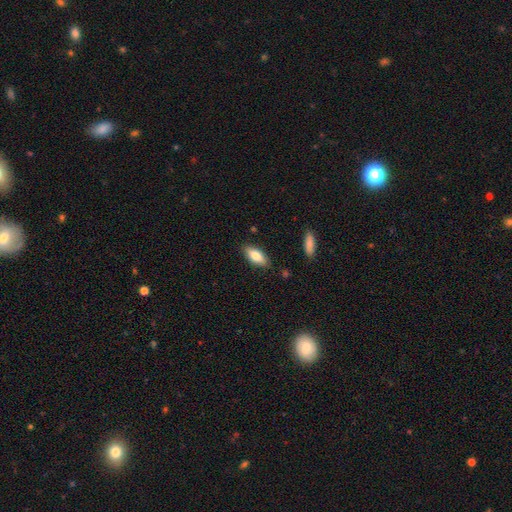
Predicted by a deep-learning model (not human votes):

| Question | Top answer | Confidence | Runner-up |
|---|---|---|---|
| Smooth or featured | smooth | 76% | featured or disk (18%) |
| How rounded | in between | 79% | cigar-shaped (19%) |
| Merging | none | 85% | minor disturbance (11%) |